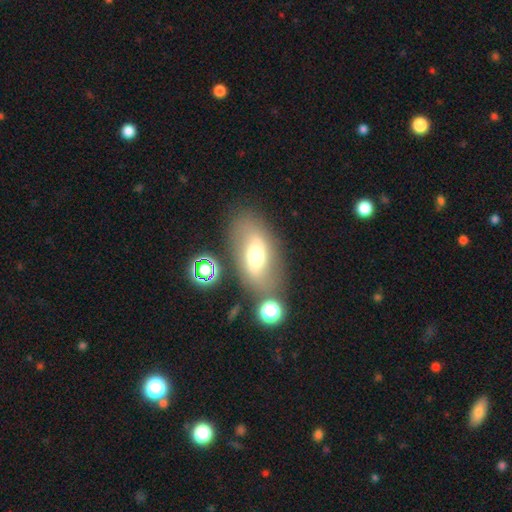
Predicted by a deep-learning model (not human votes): A smooth galaxy with no disk features (48%).

Vote fractions:
- Smooth or featured? smooth: 48% / featured or disk: 41% / star or artifact: 11%
- Merging? none: 71% / minor disturbance: 15% / merger: 8% / major disturbance: 7%